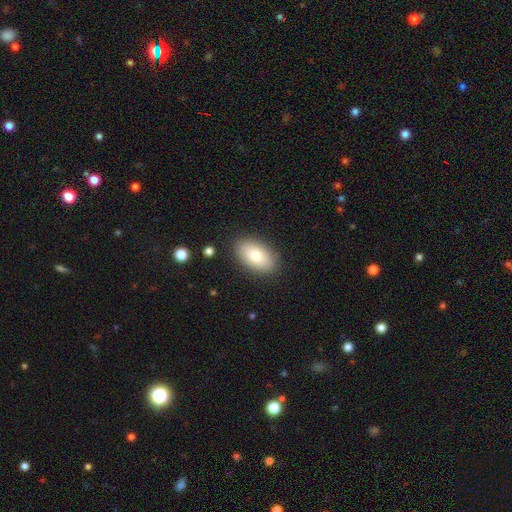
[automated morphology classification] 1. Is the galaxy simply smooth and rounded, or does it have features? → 79% smooth, 14% featured or disk, 7% star or artifact.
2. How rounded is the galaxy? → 93% in between, 5% round, 2% cigar-shaped.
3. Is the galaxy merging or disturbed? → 88% none, 9% minor disturbance, 2% major disturbance, 1% merger.